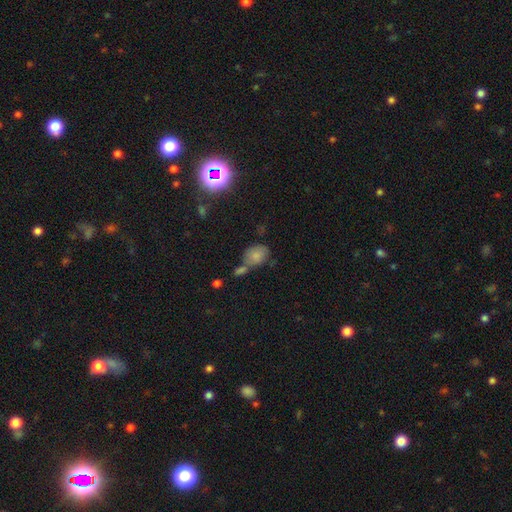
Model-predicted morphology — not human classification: The model was most divided on "merging": none: 44%, merger: 33%, minor disturbance: 17%, major disturbance: 7%. More confident: smooth or featured — smooth (77%); how rounded — in between (70%).